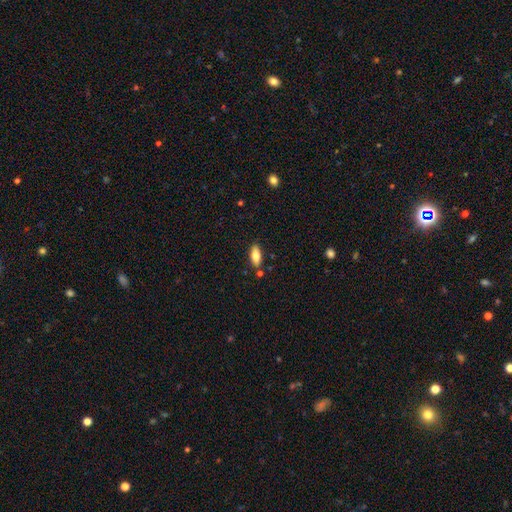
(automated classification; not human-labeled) A smooth galaxy with no disk features (77%) that is in between round and cigar-shaped (84%). Merging: none (83%).